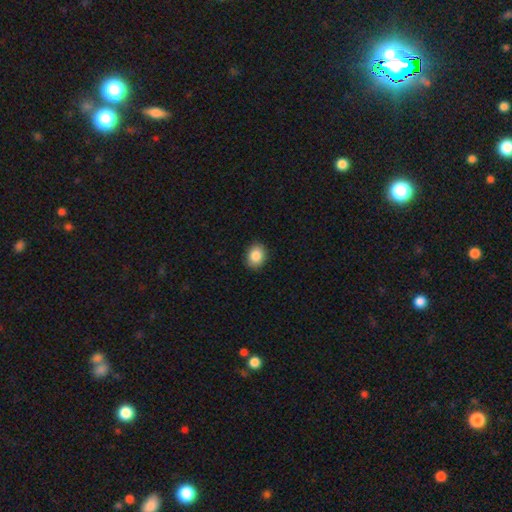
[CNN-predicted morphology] This is clearly a smooth galaxy (86%). How rounded: possibly in between (51%). Merging: clearly none (90%).